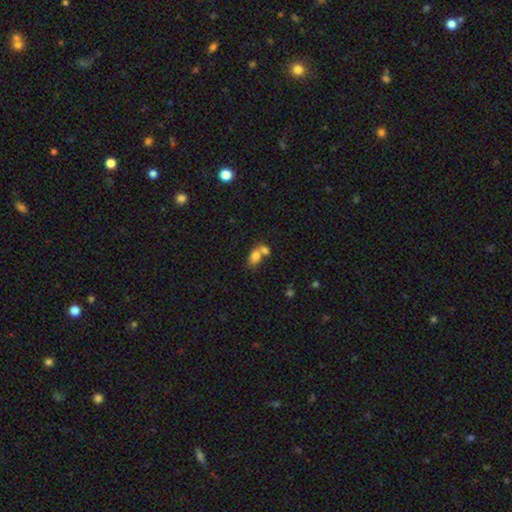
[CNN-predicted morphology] This is likely a smooth galaxy (78%). How rounded: clearly in between (85%). Merging: possibly merger (60%).